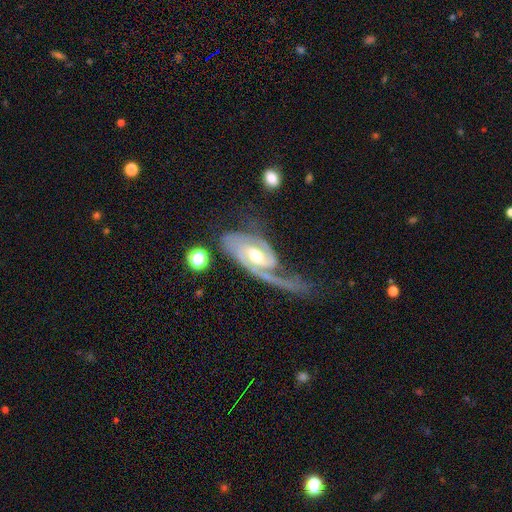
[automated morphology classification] Overall: featured or disk (91%). Edge-on disk: no (96%). Bar: weak (48%; no 29%). Spiral arms: yes (98%). Spiral arm count: 2 (61%; 1 26%). Spiral winding: medium (43%; tight 42%). Bulge size: moderate (66%; small 26%). Merging: none (40%; major disturbance 34%).